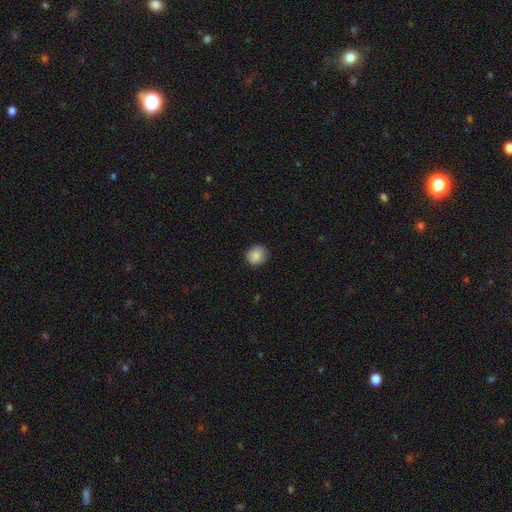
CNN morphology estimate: The model was most divided on "how rounded": round: 79%, in between: 20%, cigar-shaped: 1%. More confident: smooth or featured — smooth (87%); merging — none (83%).